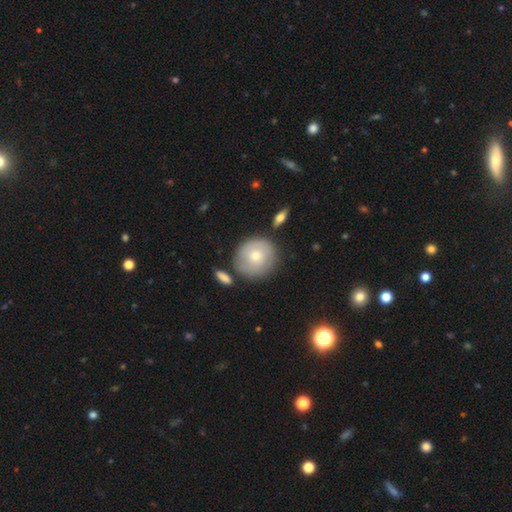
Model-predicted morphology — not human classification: Smooth or featured: smooth — 63% (featured or disk — 30%)
How rounded: round — 89% (in between — 10%)
Merging: none — 76% (minor disturbance — 15%)